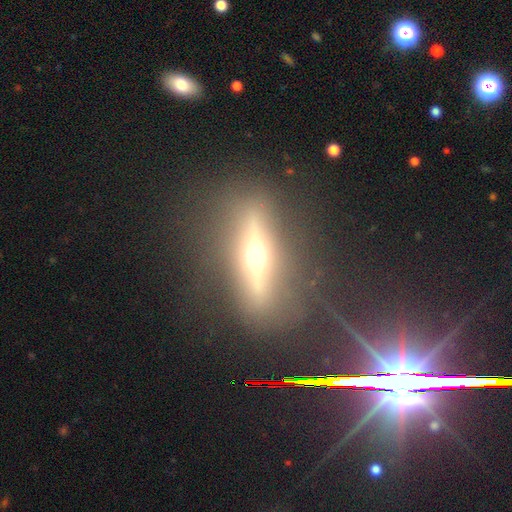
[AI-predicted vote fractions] smooth-or-featured: featured or disk: 66% | smooth: 20% | star or artifact: 14%
  disk-edge-on: yes: 91% | no: 9%
    edge-on-bulge: rounded: 94% | boxy: 3% | none: 2%
  merging: none: 84% | minor disturbance: 9% | major disturbance: 5% | merger: 3%